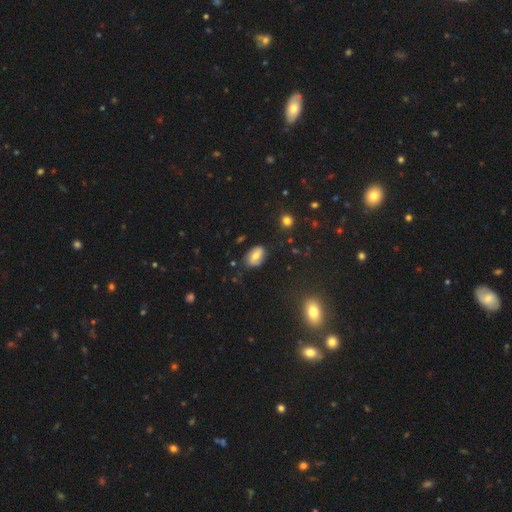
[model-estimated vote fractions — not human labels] Overall: smooth (61%; featured or disk 29%). How rounded: in between (85%). Merging: none (76%).